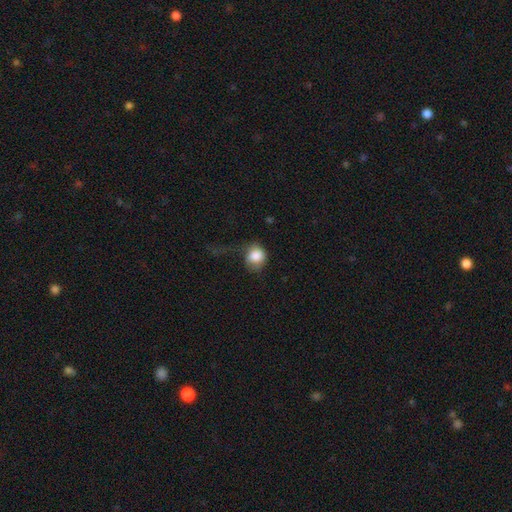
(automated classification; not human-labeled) The model was most divided on "merging": major disturbance: 35%, none: 33%, minor disturbance: 28%, merger: 3%. More confident: smooth or featured — smooth (83%); how rounded — round (68%).